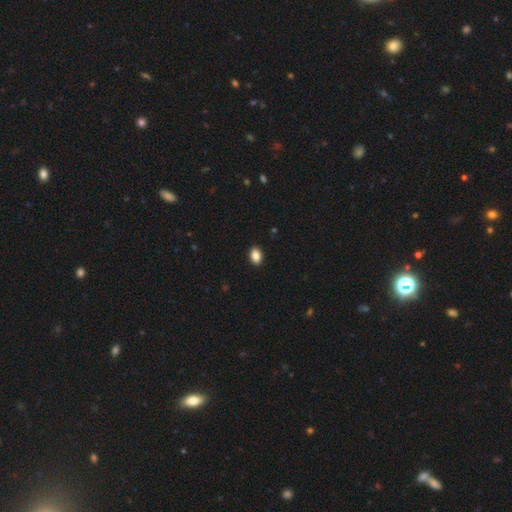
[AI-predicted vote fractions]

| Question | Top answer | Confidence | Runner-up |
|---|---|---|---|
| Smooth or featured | smooth | 88% | star or artifact (8%) |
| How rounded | in between | 82% | round (17%) |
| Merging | none | 91% | minor disturbance (7%) |